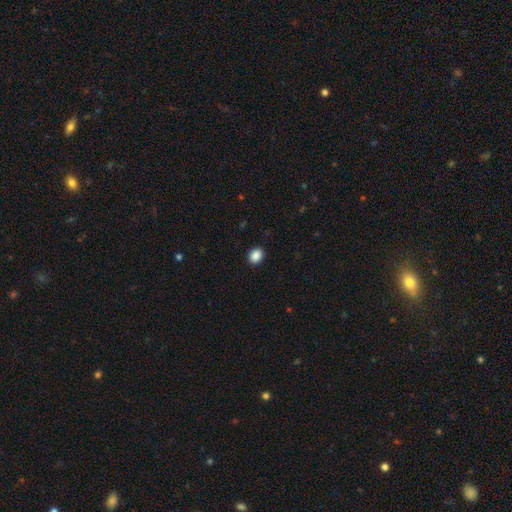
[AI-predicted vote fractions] Q: Smooth or featured?
A: smooth (89%); runner-up: star or artifact (9%)
Q: How rounded?
A: in between (50%); runner-up: round (49%)
Q: Merging?
A: none (91%); runner-up: minor disturbance (7%)